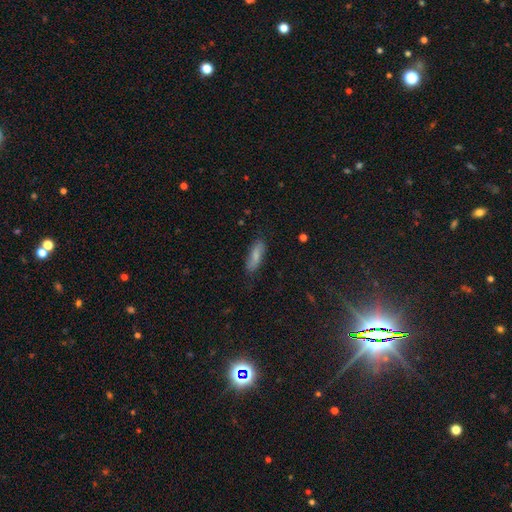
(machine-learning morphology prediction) This is likely a smooth galaxy (73%). How rounded: possibly in between (57%). Merging: likely none (78%).